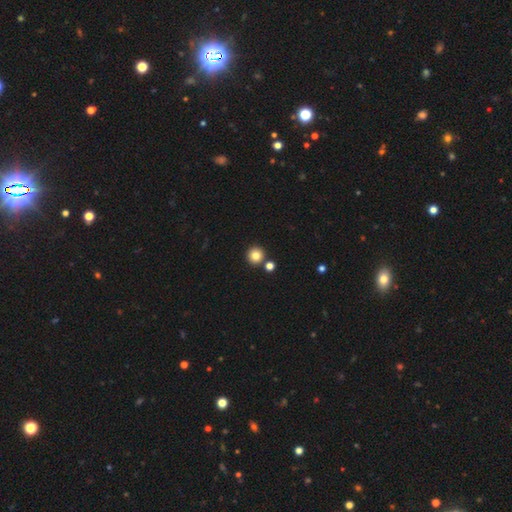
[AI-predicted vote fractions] Smooth or featured? Predicted: smooth (p=0.82). How rounded? Predicted: round (p=0.95). Merging? Predicted: none (p=0.84).